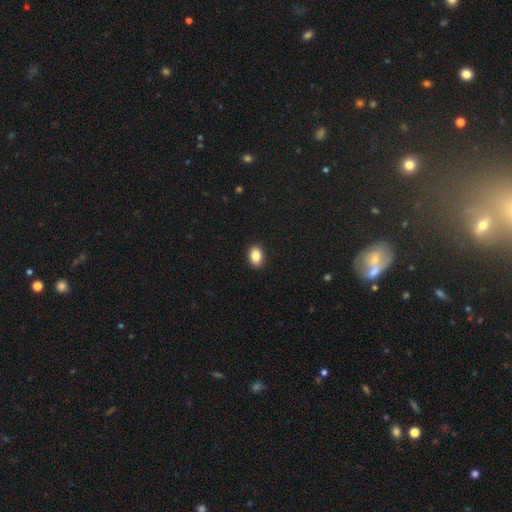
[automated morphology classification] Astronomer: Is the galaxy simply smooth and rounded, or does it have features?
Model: smooth — 88%.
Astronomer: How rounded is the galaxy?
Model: in between — 81%.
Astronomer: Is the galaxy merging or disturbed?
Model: none — 91%.